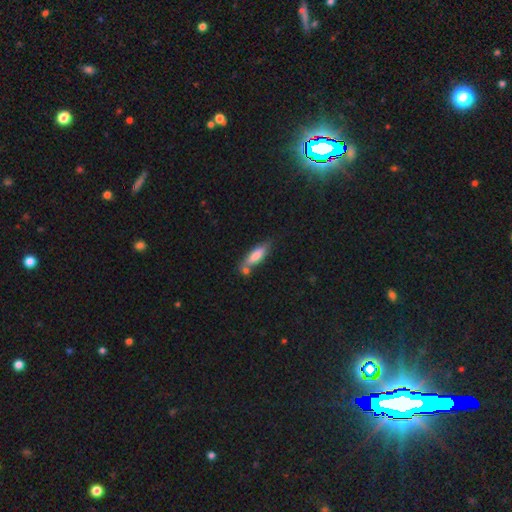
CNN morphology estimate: Overall: smooth (75%). How rounded: cigar-shaped (50%; in between 48%). Merging: none (54%; merger 23%).